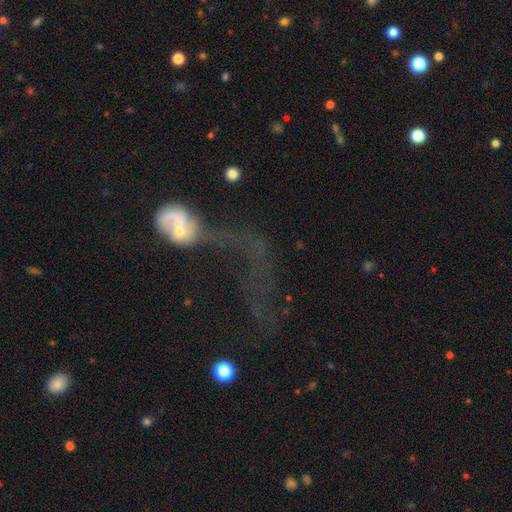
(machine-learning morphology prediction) This appears to be a featured or disk galaxy (43%). Merging: major disturbance (55%).